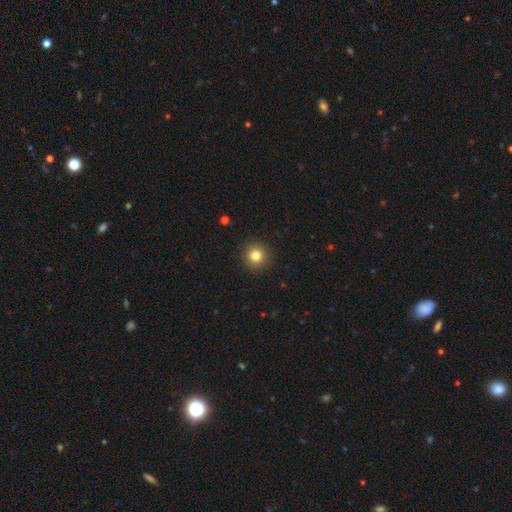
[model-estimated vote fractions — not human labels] smooth_or_featured: smooth (p=0.82) [alt: star or artifact p=0.12]
how_rounded: round (p=0.95) [alt: in between p=0.04]
merging: none (p=0.92) [alt: minor disturbance p=0.05]